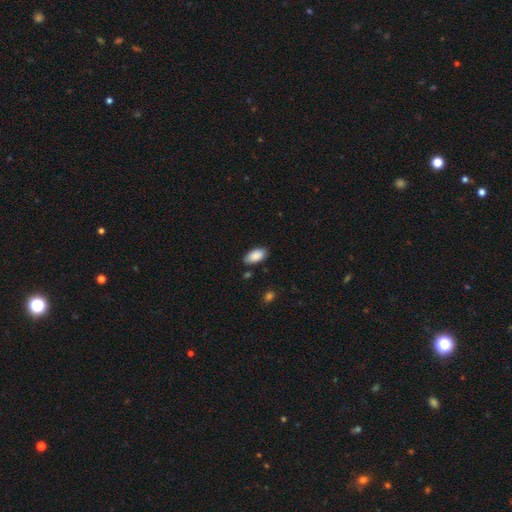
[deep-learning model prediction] This appears to be a smooth galaxy with no disk features (89%) that is in between round and cigar-shaped (94%). Merging: none (83%).